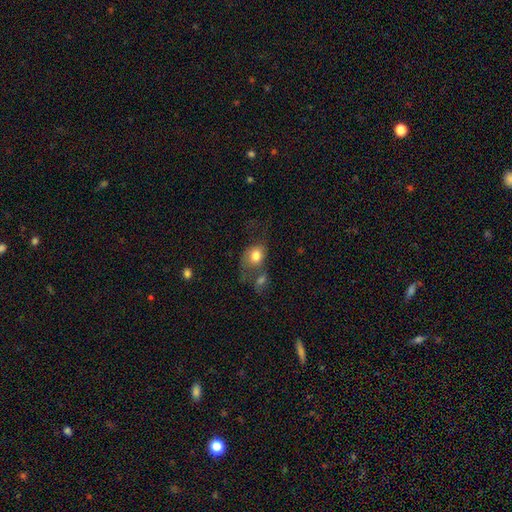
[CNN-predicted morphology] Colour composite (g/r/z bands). It shows a smooth galaxy with no disk features (76%) that is in between round and cigar-shaped (55%). Merging: merger (35%).